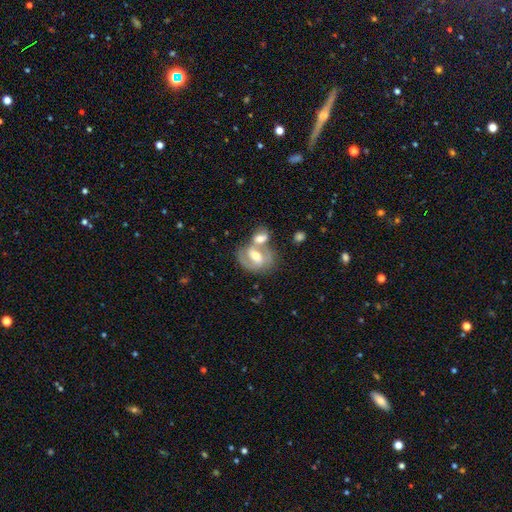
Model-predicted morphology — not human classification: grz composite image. It shows a featured or disk galaxy (73%) with a weak bar (45%), 2 (72%) medium (49%) spiral arms (85%) and a moderate central bulge (68%). Merging: merger (54%).